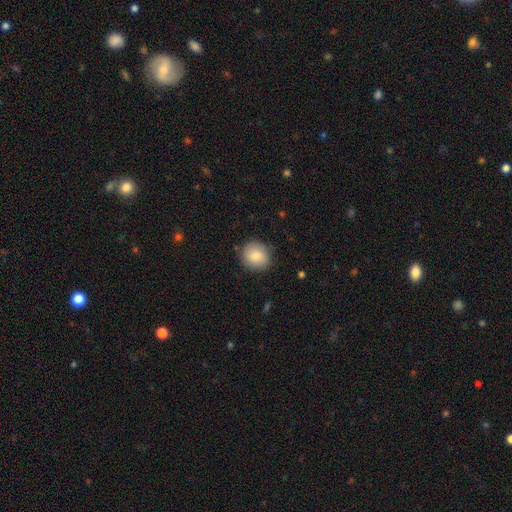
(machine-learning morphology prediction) Smooth or featured: smooth — 82% (featured or disk — 10%)
How rounded: round — 83% (in between — 16%)
Merging: none — 84% (minor disturbance — 12%)